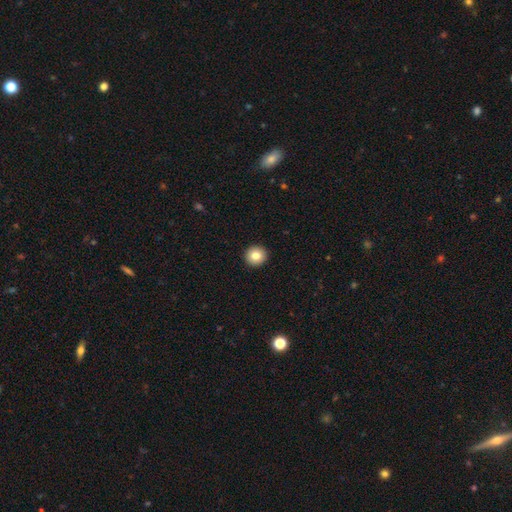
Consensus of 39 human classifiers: Q: Smooth or featured?
A: smooth (85%); runner-up: featured or disk (13%)
Q: How rounded?
A: round (97%); runner-up: in between (3%)
Q: Merging?
A: none (95%); runner-up: minor disturbance (5%)